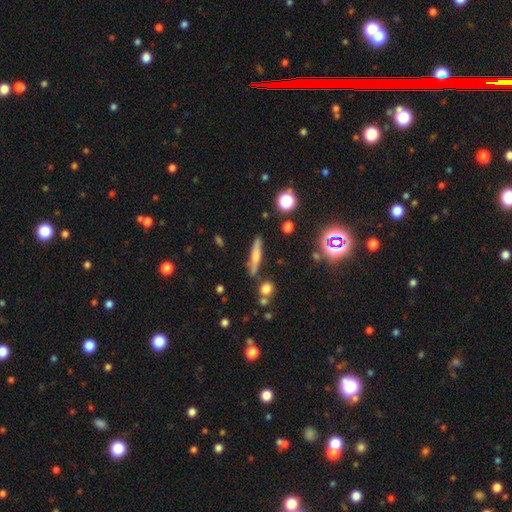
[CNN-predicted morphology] This appears to be a smooth galaxy with no disk features (57%) that is cigar-shaped (85%). Merging: none (79%).